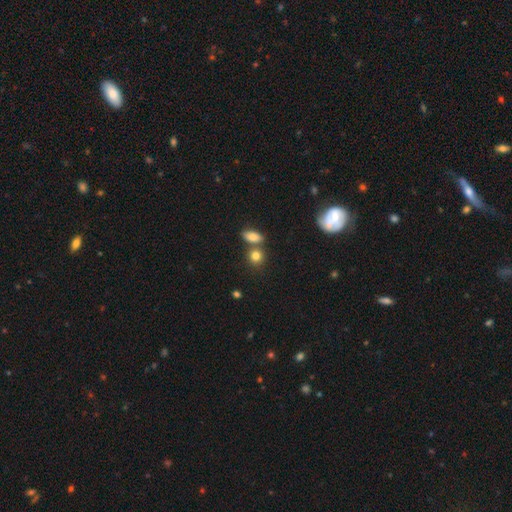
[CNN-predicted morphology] smooth_or_featured: smooth (p=0.81) [alt: star or artifact p=0.11]
how_rounded: round (p=0.70) [alt: in between p=0.28]
merging: none (p=0.59) [alt: merger p=0.28]